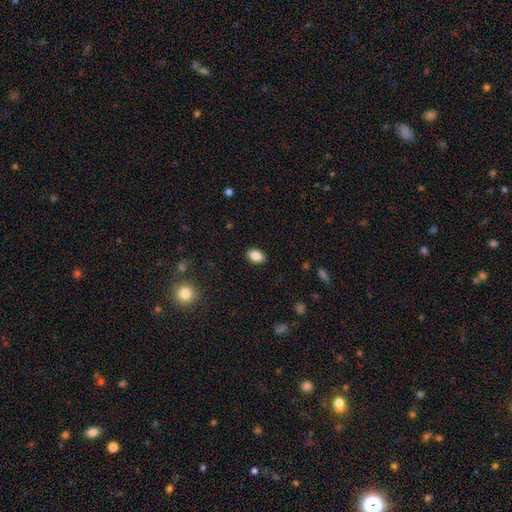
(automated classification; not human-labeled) A smooth galaxy with no disk features (87%) that is in between round and cigar-shaped (84%). Merging: none (89%).